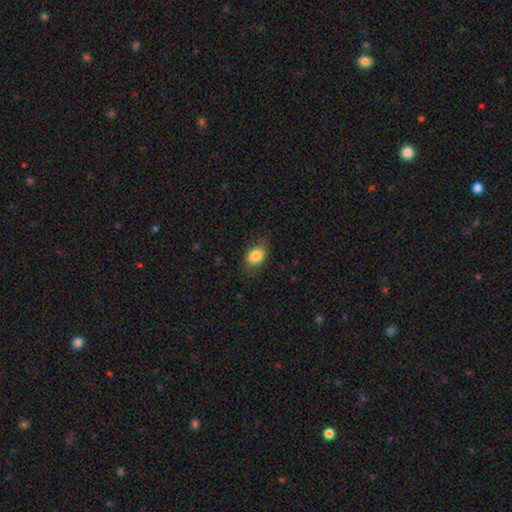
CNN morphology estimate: Q: Smooth or featured?
A: smooth (83%); runner-up: featured or disk (8%)
Q: How rounded?
A: in between (74%); runner-up: round (25%)
Q: Merging?
A: none (74%); runner-up: minor disturbance (20%)